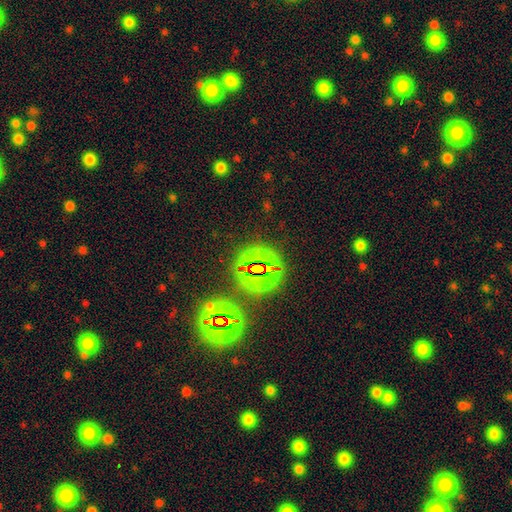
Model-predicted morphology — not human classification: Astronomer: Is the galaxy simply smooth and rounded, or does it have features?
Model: star or artifact — 78%.